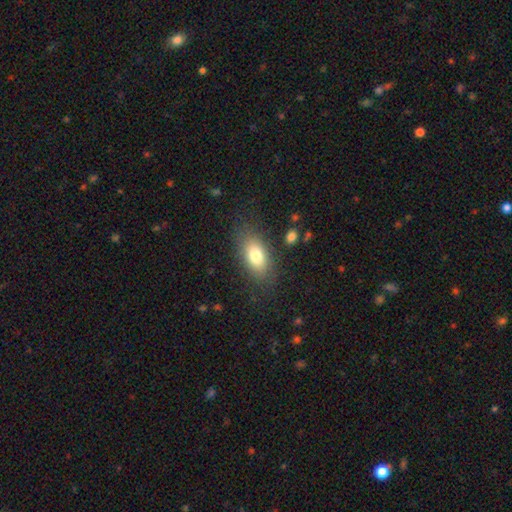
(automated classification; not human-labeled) This is likely a smooth galaxy (78%). How rounded: clearly in between (88%). Merging: likely none (80%).